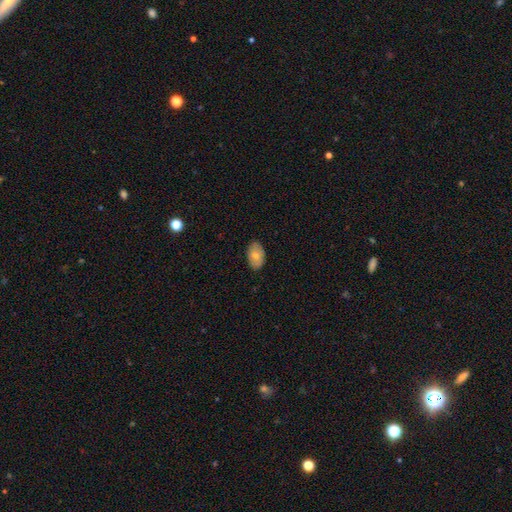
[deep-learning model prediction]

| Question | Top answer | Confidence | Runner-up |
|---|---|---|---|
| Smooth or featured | smooth | 73% | featured or disk (20%) |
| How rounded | in between | 91% | round (7%) |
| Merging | none | 85% | minor disturbance (12%) |